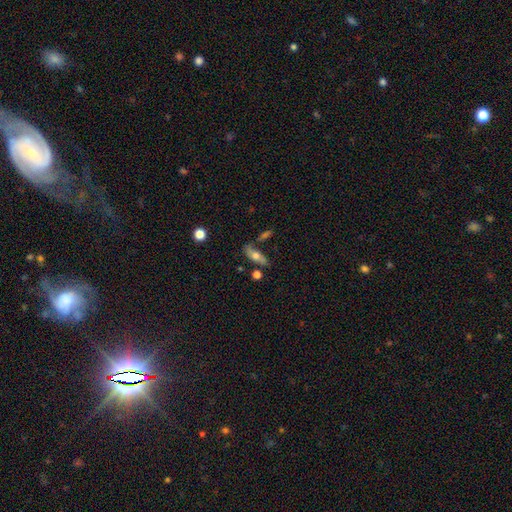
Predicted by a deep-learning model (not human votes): The model was most divided on "smooth or featured": smooth: 50%, featured or disk: 42%, star or artifact: 8%. More confident: merging — none (54%).